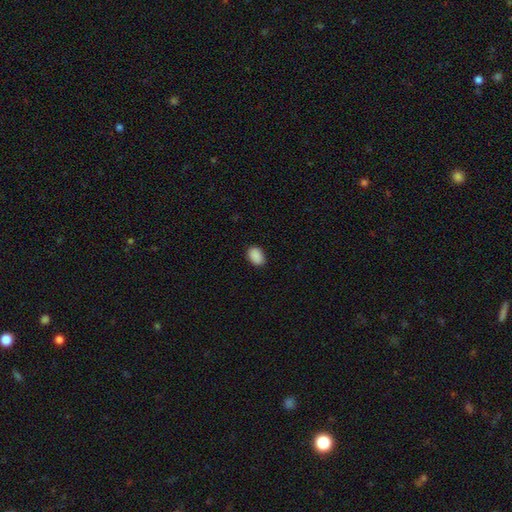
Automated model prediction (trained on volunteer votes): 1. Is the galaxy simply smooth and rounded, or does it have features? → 90% smooth, 8% star or artifact, 2% featured or disk.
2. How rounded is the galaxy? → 83% in between, 15% round, 1% cigar-shaped.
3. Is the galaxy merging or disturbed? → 88% none, 9% minor disturbance, 2% major disturbance, 1% merger.